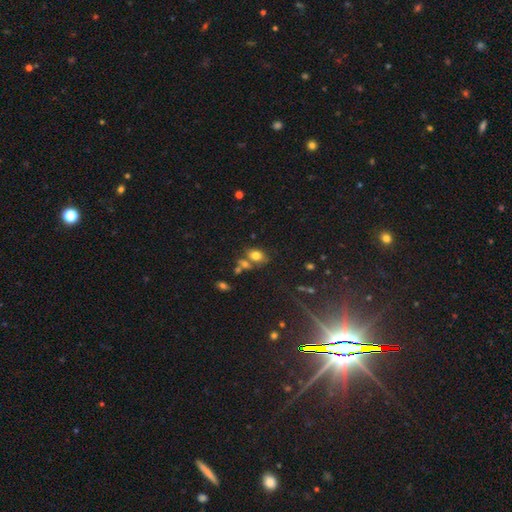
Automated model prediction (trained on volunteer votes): smooth_or_featured: smooth (p=0.75) [alt: featured or disk p=0.13]
how_rounded: in between (p=0.79) [alt: round p=0.19]
merging: none (p=0.53) [alt: merger p=0.26]